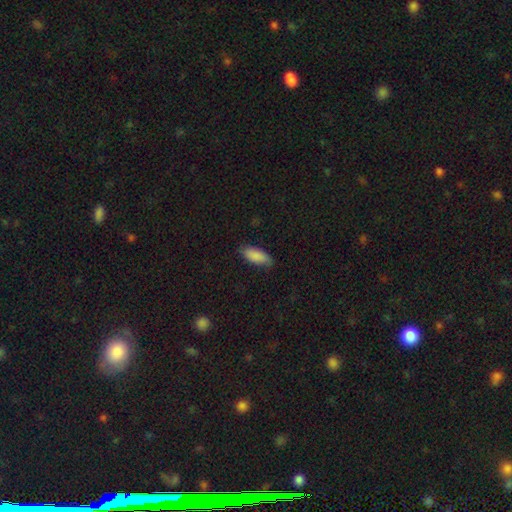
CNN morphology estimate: A smooth galaxy with no disk features (88%) that is in between round and cigar-shaped (80%). Merging: none (79%).